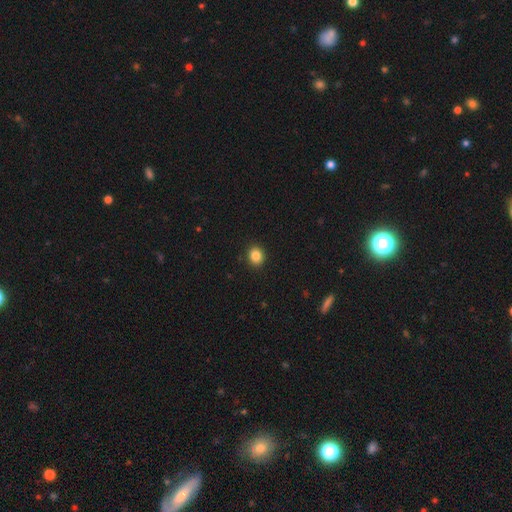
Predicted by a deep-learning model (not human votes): smooth 86%, star or artifact 10%, featured or disk 4%. Down the decision tree: how rounded — round (72%); merging — none (91%).